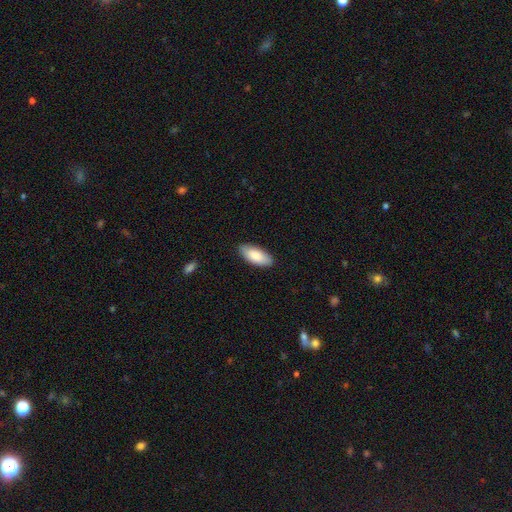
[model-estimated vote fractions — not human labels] Smooth or featured? smooth (85%)
How rounded? in between (86%)
Merging? none (87%)